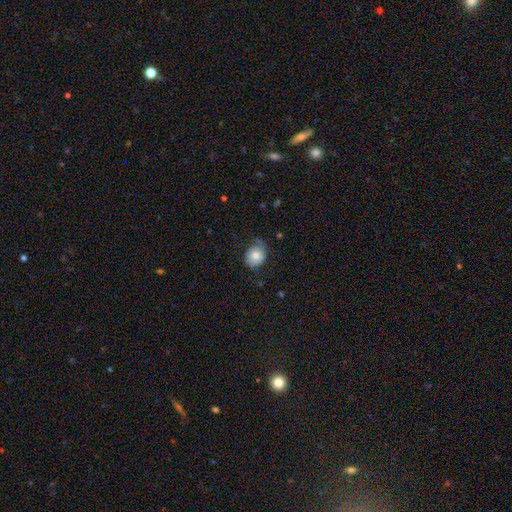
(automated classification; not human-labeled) Smooth or featured? smooth (73%)
How rounded? round (63%)
Merging? none (56%)